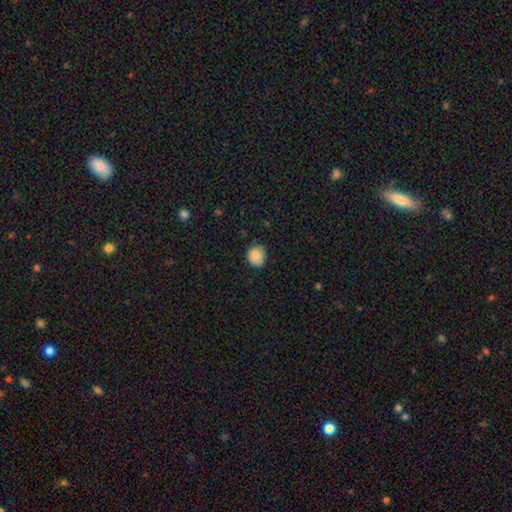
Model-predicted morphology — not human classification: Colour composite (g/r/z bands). It shows a smooth galaxy with no disk features (85%) that is round (75%). Merging: none (75%).